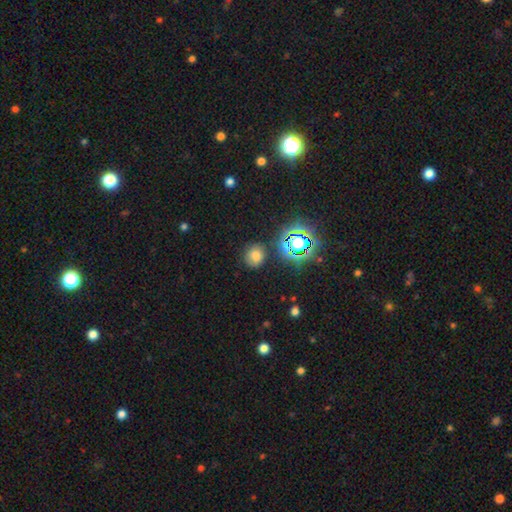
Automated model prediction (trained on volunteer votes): Morphology: type=smooth (69%); roundness=round (78%); merging=none (81%).